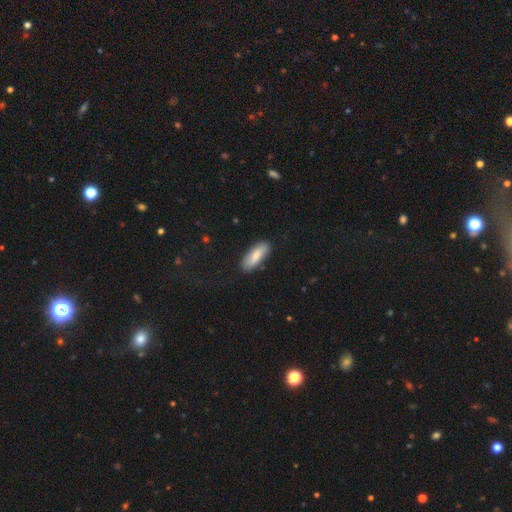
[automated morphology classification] Smooth or featured? Predicted: smooth (p=0.80). How rounded? Predicted: in between (p=0.68). Merging? Predicted: none (p=0.84).